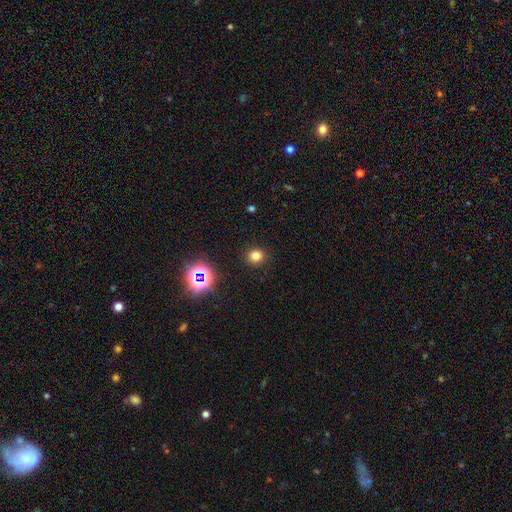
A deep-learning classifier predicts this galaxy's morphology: A smooth galaxy with no disk features (75%) that is round (82%). Merging: none (90%).